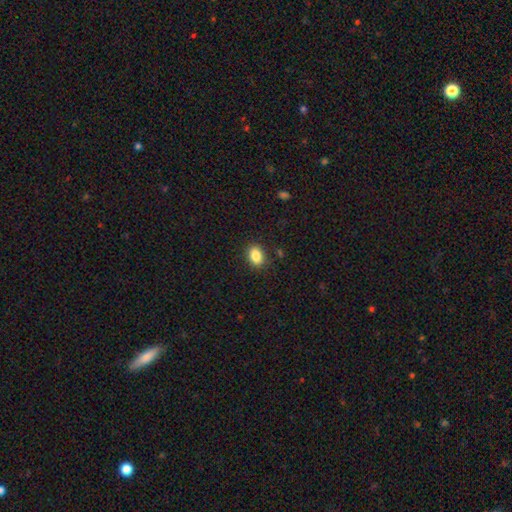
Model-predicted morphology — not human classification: smooth-or-featured: smooth: 87% | star or artifact: 9% | featured or disk: 5%
  how-rounded: in between: 76% | round: 22% | cigar-shaped: 1%
  merging: none: 88% | minor disturbance: 9% | major disturbance: 2% | merger: 1%